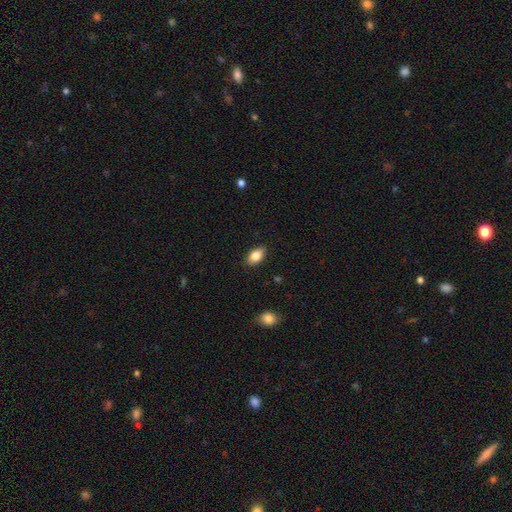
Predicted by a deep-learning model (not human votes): This appears to be a smooth galaxy with no disk features (85%) that is in between round and cigar-shaped (90%). Merging: none (87%).